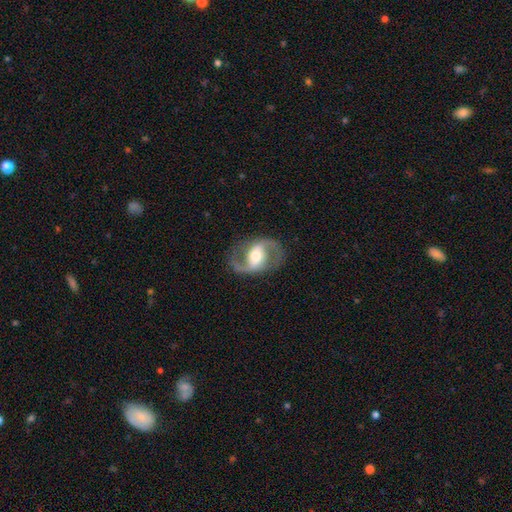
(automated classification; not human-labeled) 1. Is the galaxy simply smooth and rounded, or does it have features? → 88% featured or disk, 8% smooth, 5% star or artifact.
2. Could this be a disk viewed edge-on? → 97% no, 3% yes.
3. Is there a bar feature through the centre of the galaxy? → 39% weak, 36% strong, 25% no.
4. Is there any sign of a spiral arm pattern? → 94% yes, 6% no.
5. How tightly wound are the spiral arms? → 50% medium, 39% loose, 12% tight.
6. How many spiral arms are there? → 93% 2, 2% can't tell, 2% 1, 1% 3, 1% 4, 1% more than 4.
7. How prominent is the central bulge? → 64% moderate, 19% small, 14% large, 2% dominant, 1% none.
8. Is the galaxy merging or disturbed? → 82% none, 11% minor disturbance, 6% major disturbance, 1% merger.